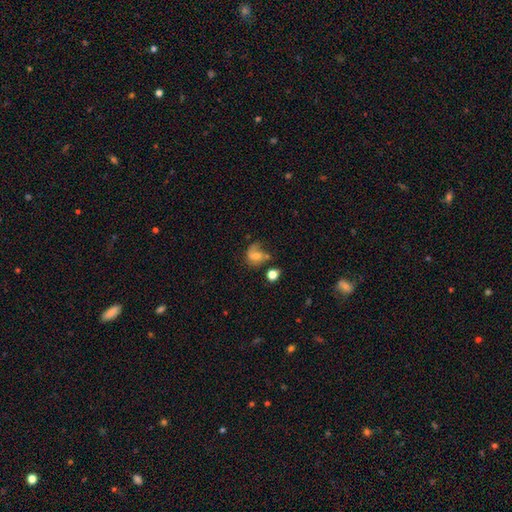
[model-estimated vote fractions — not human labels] smooth 49%, featured or disk 38%, star or artifact 12%. Down the decision tree: merging — none (37%).